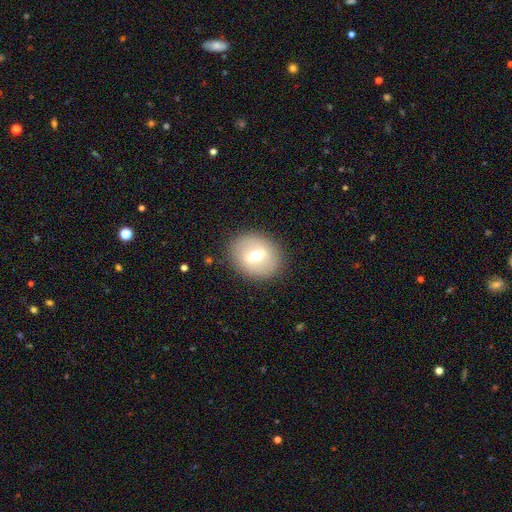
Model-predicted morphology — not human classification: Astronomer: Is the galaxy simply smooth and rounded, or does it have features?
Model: smooth — 51% (runner-up: featured or disk, 40%).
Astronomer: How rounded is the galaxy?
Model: round — 63%.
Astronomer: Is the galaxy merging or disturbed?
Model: none — 86%.